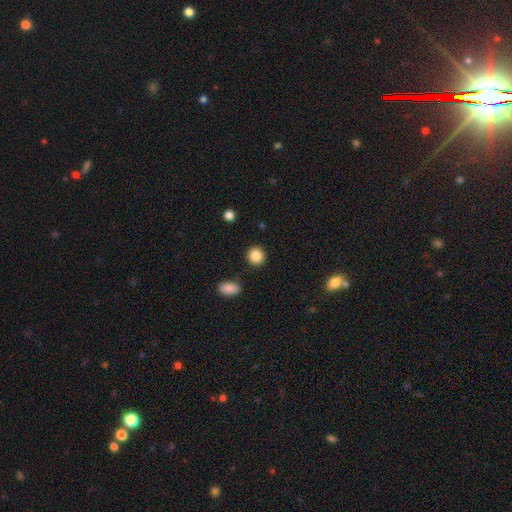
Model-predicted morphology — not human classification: smooth 87%, star or artifact 9%, featured or disk 4%. Down the decision tree: how rounded — round (91%); merging — none (90%).